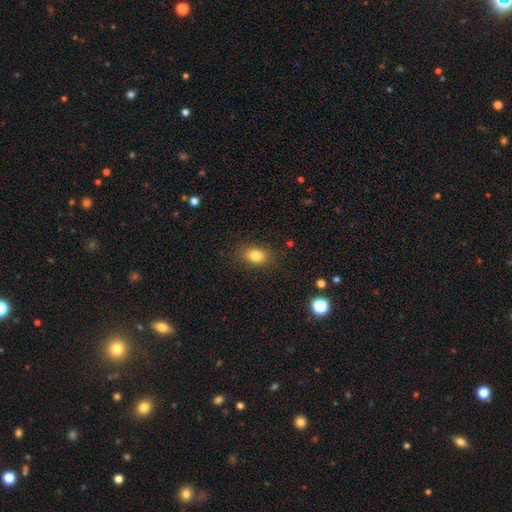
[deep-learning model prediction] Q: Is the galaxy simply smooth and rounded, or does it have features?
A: smooth — 82%.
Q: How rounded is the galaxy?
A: in between — 71%.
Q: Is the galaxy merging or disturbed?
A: none — 85%.